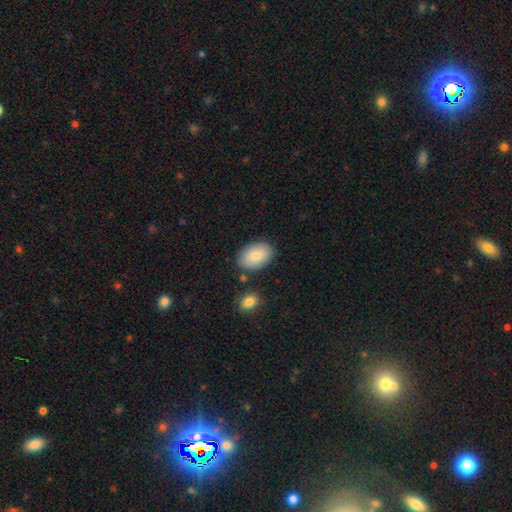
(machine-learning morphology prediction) type=smooth (86%); roundness=in between (91%); merging=none (81%).